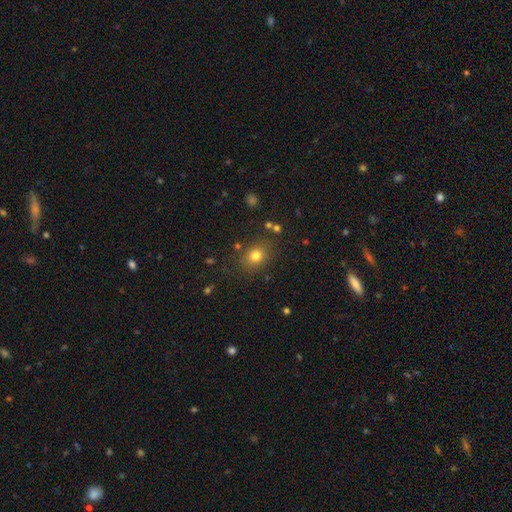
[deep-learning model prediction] Smooth or featured: smooth — 77% (star or artifact — 15%)
How rounded: round — 62% (in between — 37%)
Merging: none — 81% (minor disturbance — 11%)